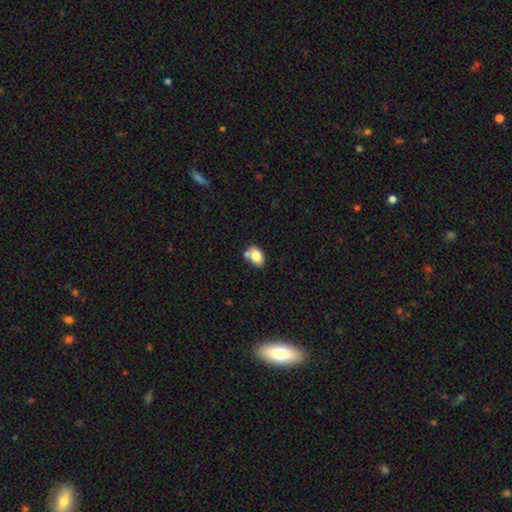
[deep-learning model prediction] smooth-or-featured: smooth: 81% | featured or disk: 11% | star or artifact: 8%
  how-rounded: in between: 81% | round: 18% | cigar-shaped: 1%
  merging: none: 60% | merger: 20% | minor disturbance: 16% | major disturbance: 4%